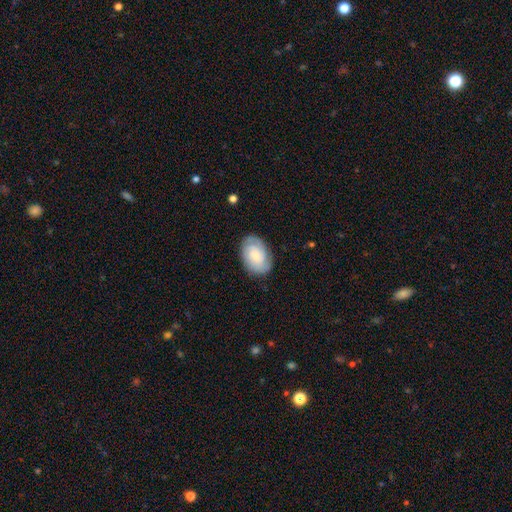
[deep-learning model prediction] Smooth or featured? featured or disk (54%)
Edge-on disk? no (97%)
Bar? no (70%)
Spiral arms? yes (90%)
Bulge size? small (43%)
Merging? none (81%)